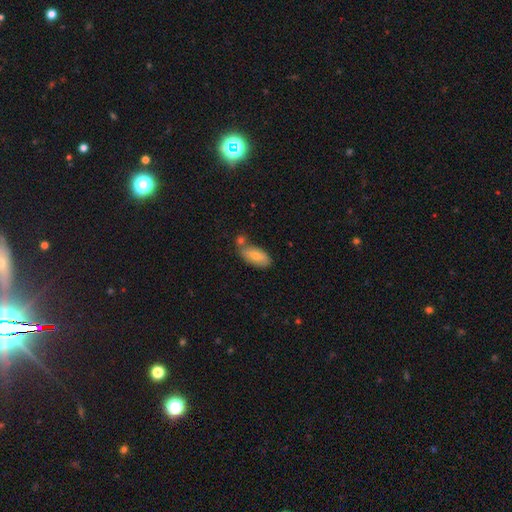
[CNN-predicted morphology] This appears to be a smooth galaxy with no disk features (78%) that is in between round and cigar-shaped (88%). Merging: none (60%).